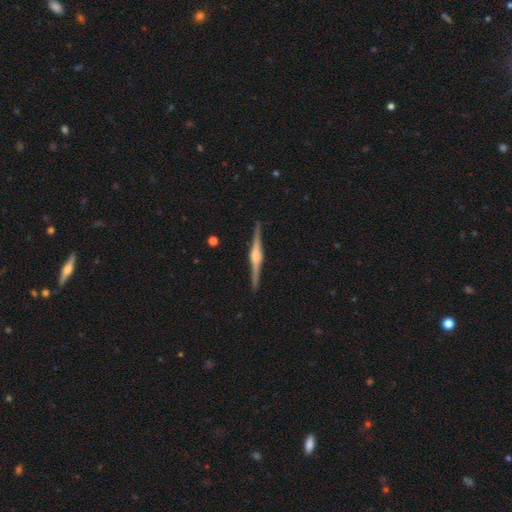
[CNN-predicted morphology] Smooth or featured? featured or disk (86%)
Edge-on disk? yes (99%)
Edge-on bulge? rounded (83%)
Merging? none (92%)